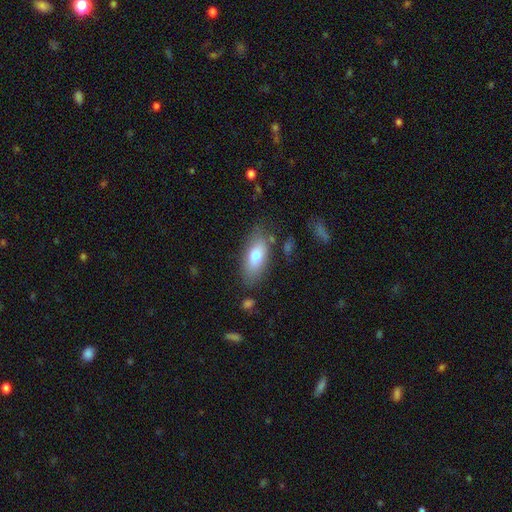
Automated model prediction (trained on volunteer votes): smooth-or-featured: smooth: 73% | featured or disk: 20% | star or artifact: 7%
  how-rounded: in between: 84% | cigar-shaped: 13% | round: 4%
  merging: none: 76% | minor disturbance: 16% | major disturbance: 5% | merger: 3%